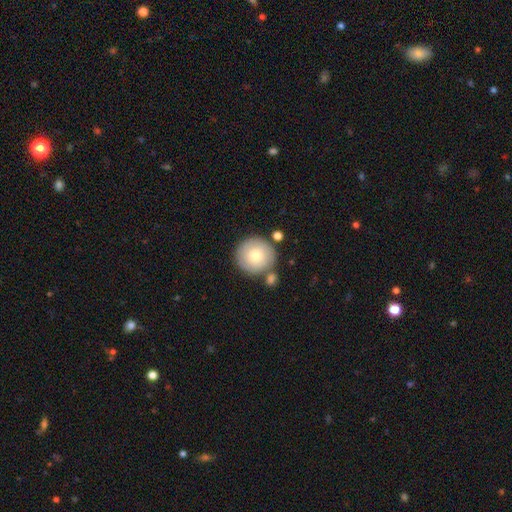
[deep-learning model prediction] Smooth or featured?
  - smooth: 74% *
  - featured or disk: 20%
  - star or artifact: 6%
How rounded?
  - round: 94% *
  - in between: 5%
  - cigar-shaped: 1%
Merging?
  - none: 75% *
  - minor disturbance: 12%
  - merger: 10%
  - major disturbance: 3%